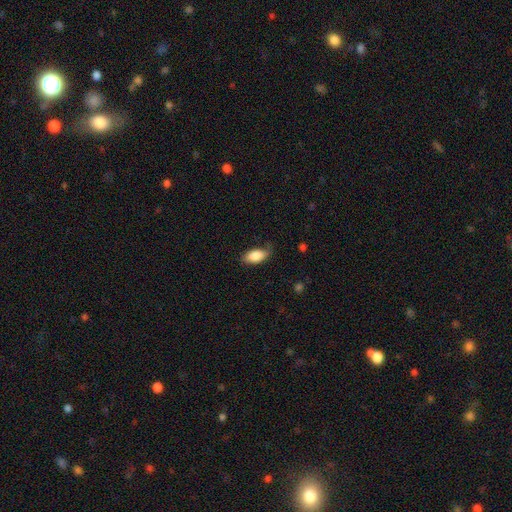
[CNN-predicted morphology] A smooth galaxy with no disk features (84%) that is in between round and cigar-shaped (91%). Merging: none (69%).